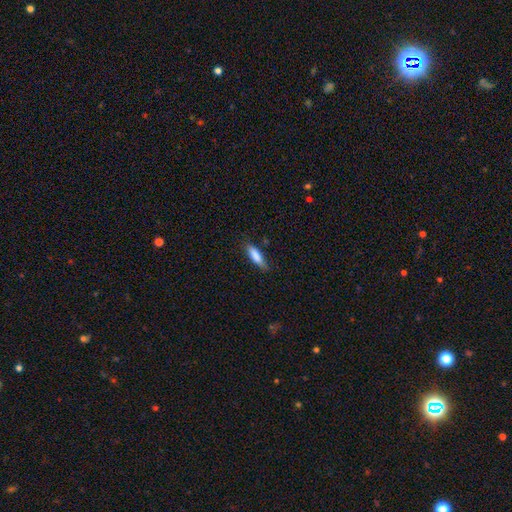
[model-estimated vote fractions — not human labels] A smooth galaxy with no disk features (84%) that is cigar-shaped (57%). Merging: none (75%).